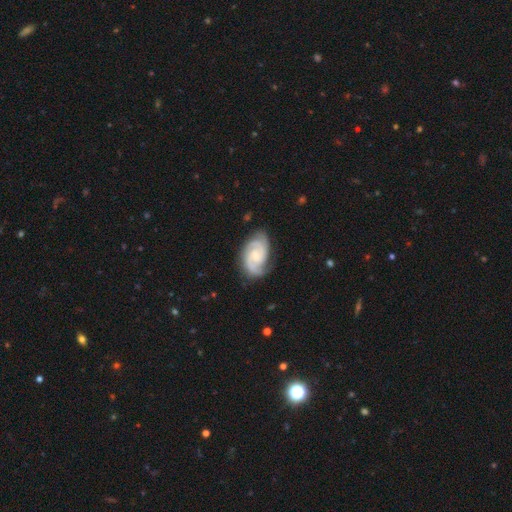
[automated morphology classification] type=featured or disk (88%); edge-on=no (98%); bar=no (57%); spiral arms=yes (98%); winding=tight (54%); arm count=2 (63%); bulge=small (58%); merging=none (76%).